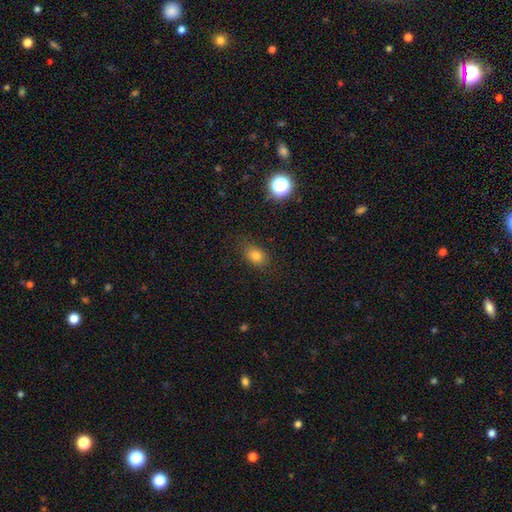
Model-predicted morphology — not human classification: Smooth or featured: smooth — 77% (star or artifact — 14%)
How rounded: in between — 73% (round — 25%)
Merging: none — 79% (minor disturbance — 15%)